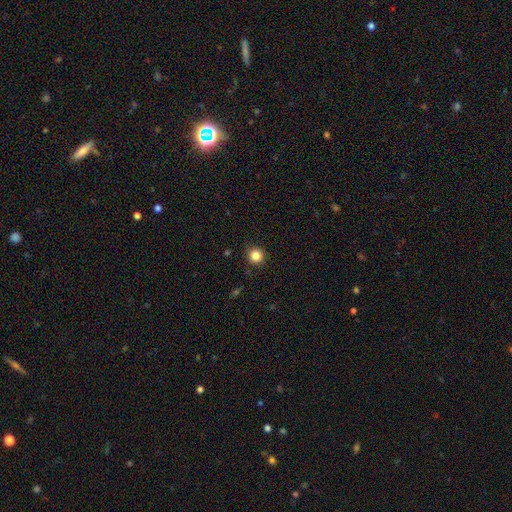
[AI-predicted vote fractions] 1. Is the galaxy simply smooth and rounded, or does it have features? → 84% smooth, 11% star or artifact, 5% featured or disk.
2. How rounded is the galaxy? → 92% round, 7% in between, 1% cigar-shaped.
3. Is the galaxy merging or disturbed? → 90% none, 7% minor disturbance, 2% major disturbance, 1% merger.